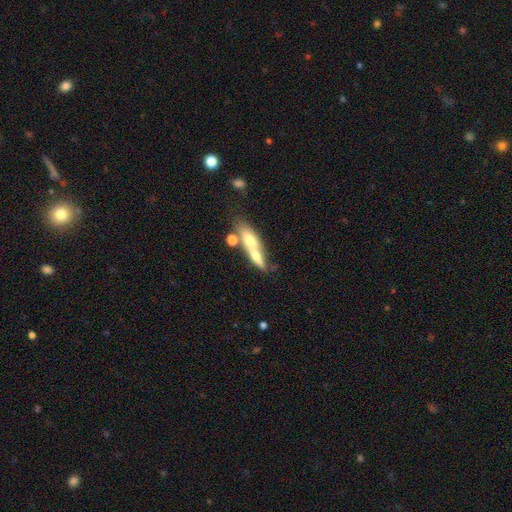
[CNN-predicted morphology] Smooth or featured: smooth — 55% (featured or disk — 36%)
How rounded: cigar-shaped — 61% (in between — 34%)
Merging: merger — 46% (none — 33%)